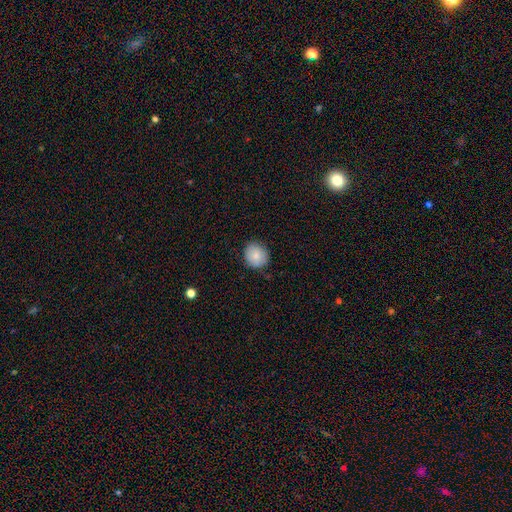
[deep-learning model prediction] Overall: smooth (84%). How rounded: round (81%). Merging: none (84%).